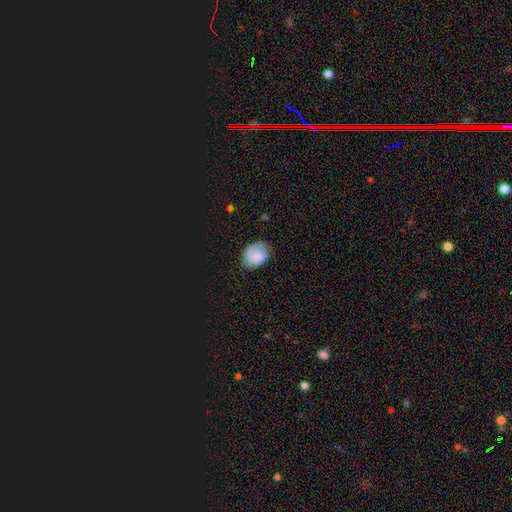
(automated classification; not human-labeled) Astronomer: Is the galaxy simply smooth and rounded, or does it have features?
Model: smooth — 62%.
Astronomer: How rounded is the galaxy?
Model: in between — 59% (runner-up: round, 40%).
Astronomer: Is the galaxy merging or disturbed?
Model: none — 64%.